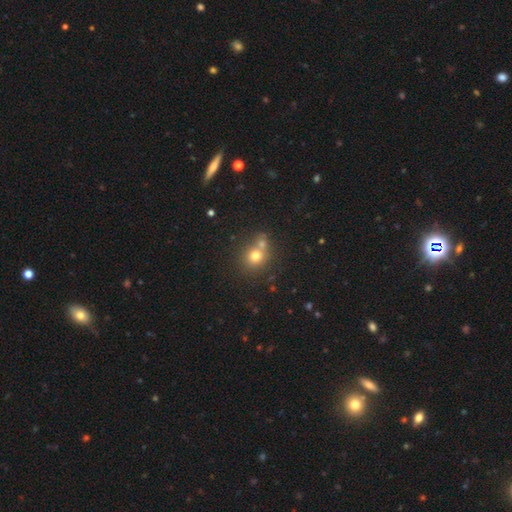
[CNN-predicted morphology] Overall: smooth (73%). How rounded: round (83%). Merging: none (53%; merger 36%).